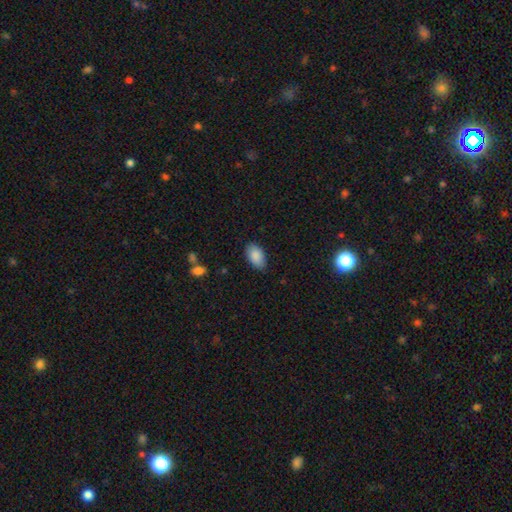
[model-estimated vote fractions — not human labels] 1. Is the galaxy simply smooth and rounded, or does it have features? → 89% smooth, 7% star or artifact, 4% featured or disk.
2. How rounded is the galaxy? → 93% in between, 6% round, 1% cigar-shaped.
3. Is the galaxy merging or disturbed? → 80% none, 16% minor disturbance, 3% major disturbance, 1% merger.